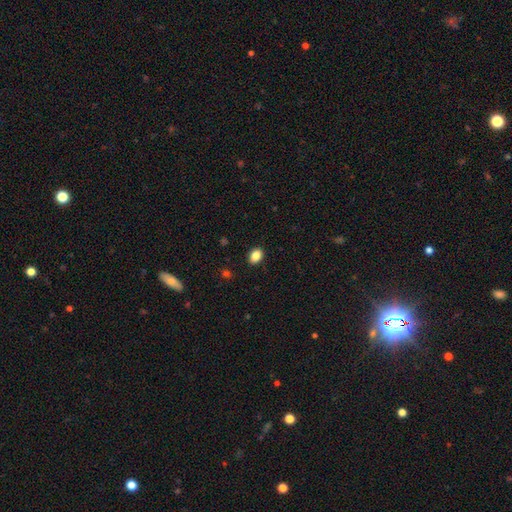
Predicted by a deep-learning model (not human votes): This is clearly a smooth galaxy (86%). How rounded: likely in between (68%). Merging: clearly none (90%).